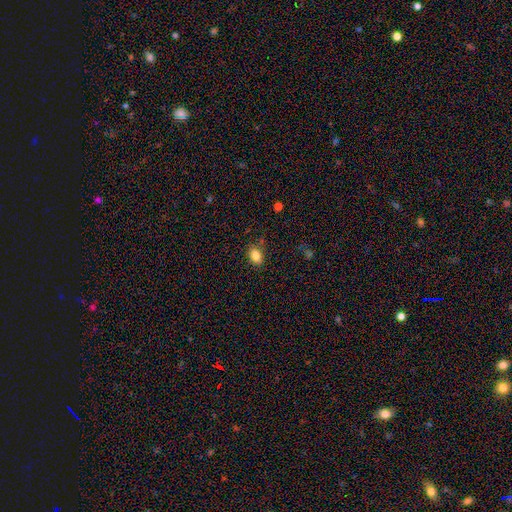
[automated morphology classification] Smooth or featured: smooth — 84% (star or artifact — 10%)
How rounded: in between — 84% (round — 14%)
Merging: none — 80% (minor disturbance — 14%)